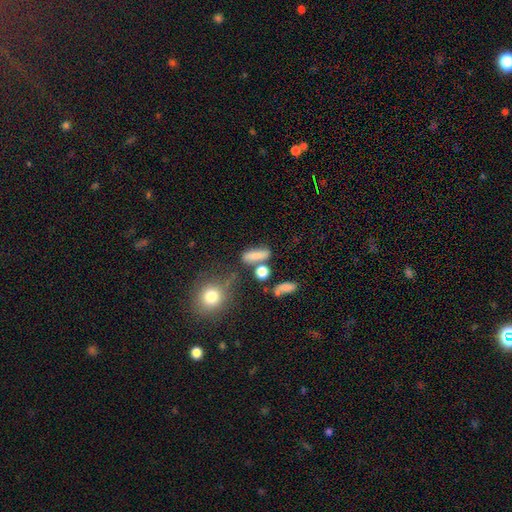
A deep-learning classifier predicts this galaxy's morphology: smooth_or_featured: smooth (p=0.77) [alt: star or artifact p=0.12]
how_rounded: in between (p=0.50) [alt: cigar-shaped p=0.37]
merging: none (p=0.57) [alt: merger p=0.18]